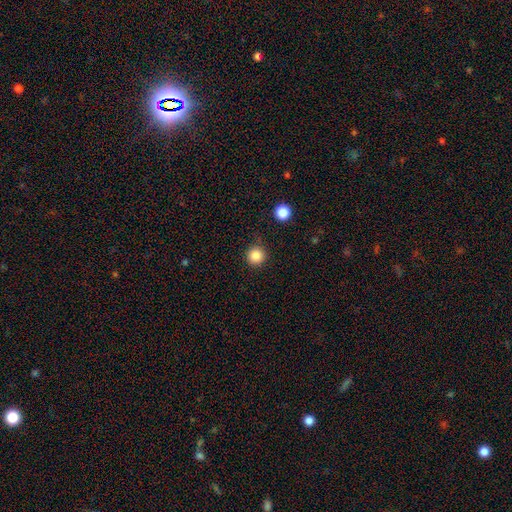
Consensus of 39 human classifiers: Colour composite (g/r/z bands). It shows a smooth galaxy with no disk features (90%) that is round (100%). Merging: none (97%).